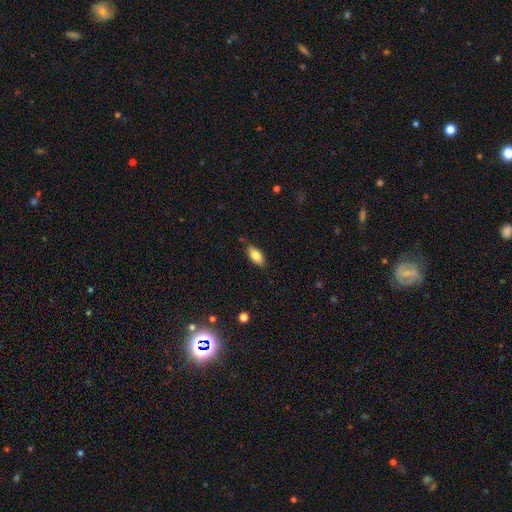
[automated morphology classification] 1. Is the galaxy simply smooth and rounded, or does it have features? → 79% smooth, 14% featured or disk, 7% star or artifact.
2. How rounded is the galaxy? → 86% in between, 11% cigar-shaped, 3% round.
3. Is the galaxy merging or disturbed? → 81% none, 15% minor disturbance, 3% major disturbance, 2% merger.